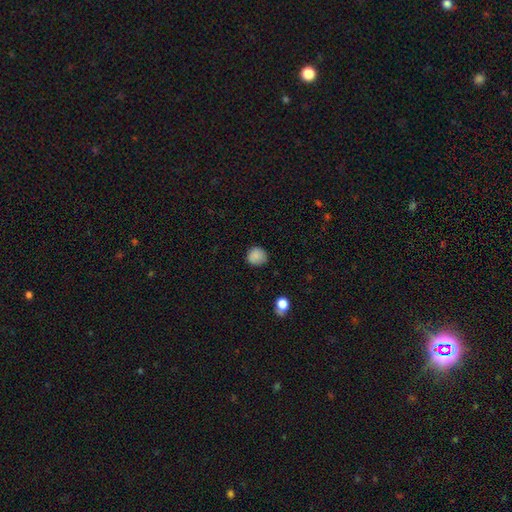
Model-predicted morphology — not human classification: Q: Smooth or featured?
A: smooth (85%); runner-up: star or artifact (10%)
Q: How rounded?
A: round (87%); runner-up: in between (12%)
Q: Merging?
A: none (80%); runner-up: minor disturbance (15%)